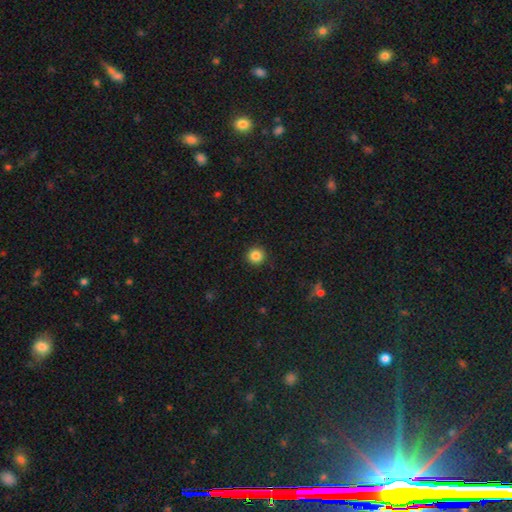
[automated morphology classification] Overall: smooth (86%). How rounded: round (95%). Merging: none (92%).